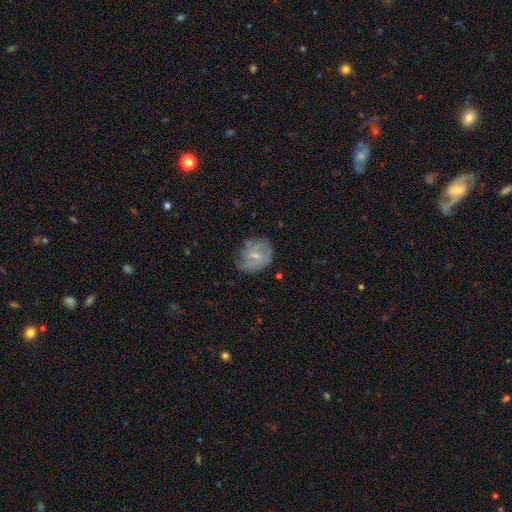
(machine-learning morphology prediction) smooth-or-featured: featured or disk: 57% | smooth: 36% | star or artifact: 7%
  disk-edge-on: no: 97% | yes: 3%
    bar: weak: 50% | no: 40% | strong: 9%
    has-spiral-arms: yes: 77% | no: 23%
    bulge-size: small: 63% | moderate: 29% | none: 6% | large: 1% | dominant: 1%
  merging: none: 58% | minor disturbance: 28% | major disturbance: 12% | merger: 2%